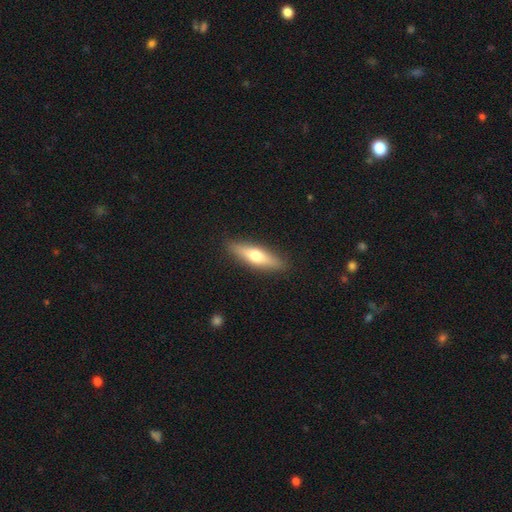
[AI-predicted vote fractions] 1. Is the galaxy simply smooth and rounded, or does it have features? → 53% smooth, 42% featured or disk, 6% star or artifact.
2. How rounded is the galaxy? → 71% cigar-shaped, 27% in between, 2% round.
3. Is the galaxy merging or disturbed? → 89% none, 8% minor disturbance, 2% major disturbance, 1% merger.